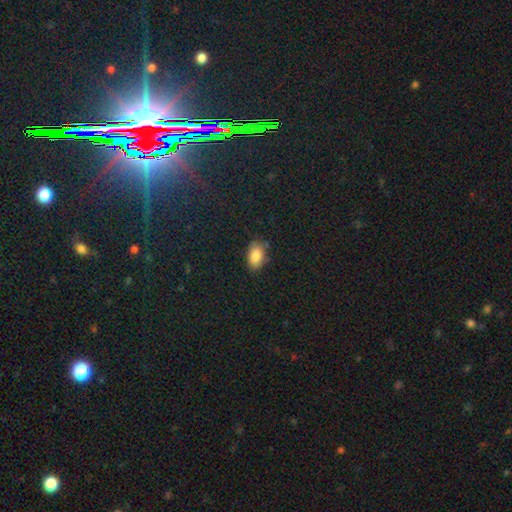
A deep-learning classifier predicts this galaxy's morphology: Smooth or featured?
  - smooth: 85% *
  - star or artifact: 9%
  - featured or disk: 6%
How rounded?
  - in between: 91% *
  - round: 7%
  - cigar-shaped: 2%
Merging?
  - none: 79% *
  - minor disturbance: 16%
  - major disturbance: 3%
  - merger: 2%